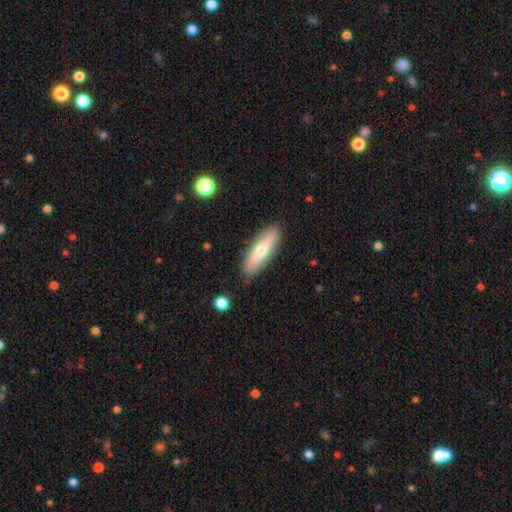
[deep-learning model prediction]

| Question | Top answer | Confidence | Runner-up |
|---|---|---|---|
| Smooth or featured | smooth | 59% | featured or disk (33%) |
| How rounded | cigar-shaped | 60% | in between (38%) |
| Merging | none | 89% | minor disturbance (8%) |